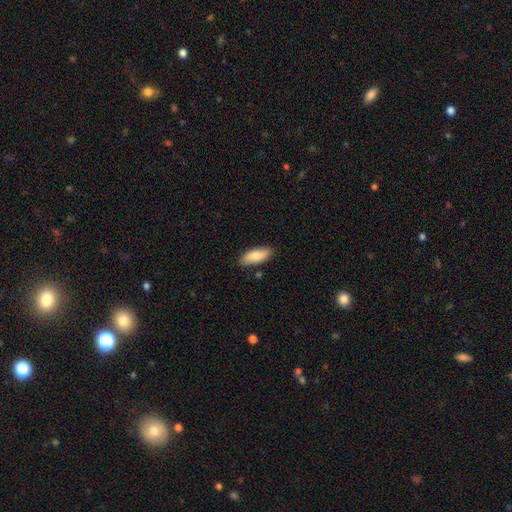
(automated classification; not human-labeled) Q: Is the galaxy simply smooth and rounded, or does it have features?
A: smooth — 81%.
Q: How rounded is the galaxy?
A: in between — 78%.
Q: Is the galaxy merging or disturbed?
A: none — 85%.